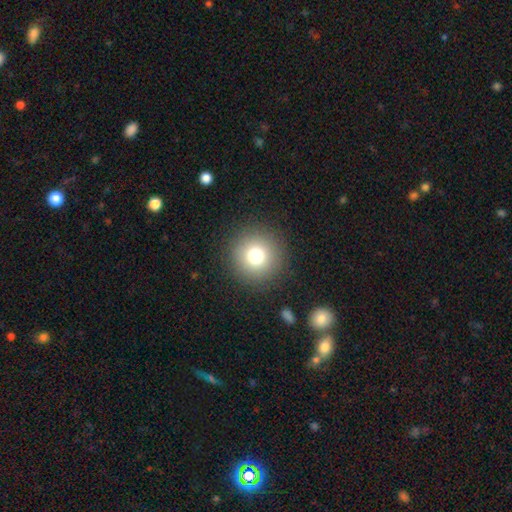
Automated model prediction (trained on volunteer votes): The model was most divided on "smooth or featured": smooth: 76%, star or artifact: 13%, featured or disk: 10%. More confident: how rounded — round (96%); merging — none (90%).